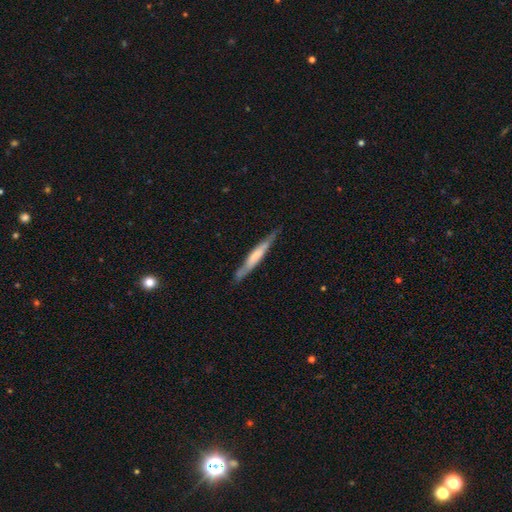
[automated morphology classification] This appears to be a featured or disk galaxy (50%) viewed edge-on (89%). Merging: none (80%).